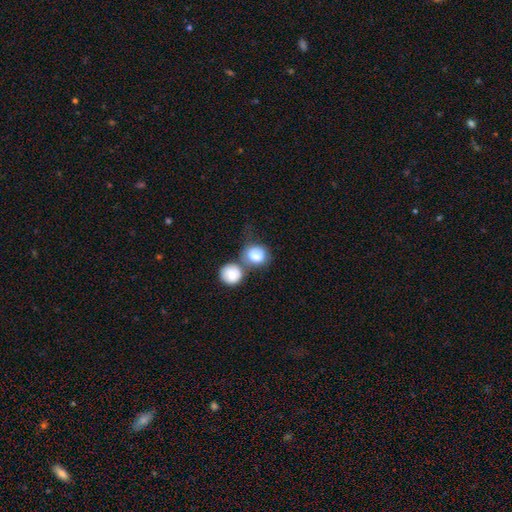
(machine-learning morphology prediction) Smooth or featured? Predicted: smooth (p=0.78). How rounded? Predicted: round (p=0.69). Merging? Predicted: merger (p=0.41).